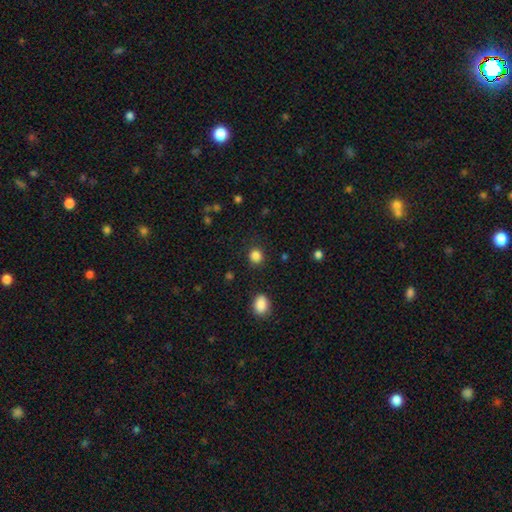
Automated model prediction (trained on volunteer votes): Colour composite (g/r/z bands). It shows a smooth galaxy with no disk features (86%) that is round (86%). Merging: none (87%).